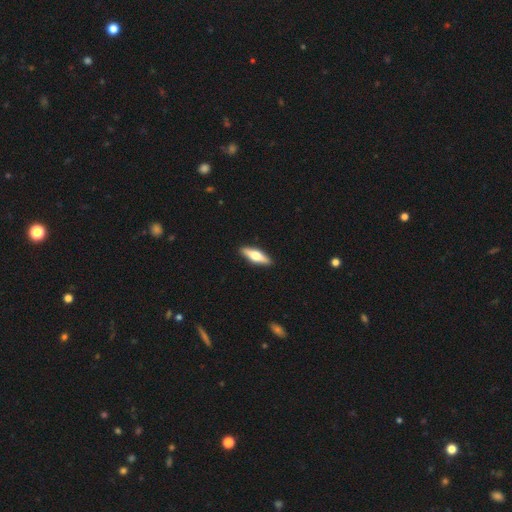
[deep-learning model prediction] This appears to be a featured or disk galaxy (49%). Merging: none (91%).